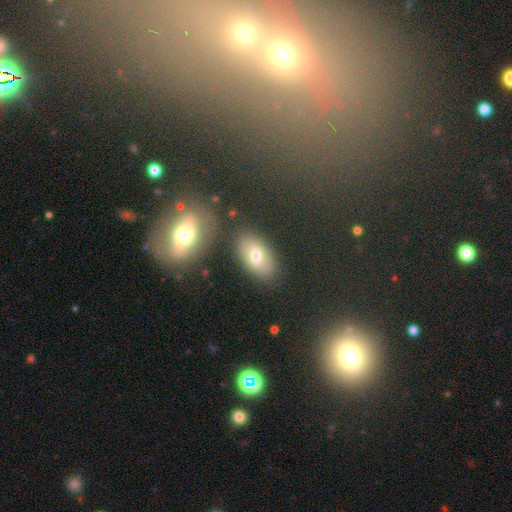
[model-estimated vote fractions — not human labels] Overall: smooth (67%). How rounded: in between (89%). Merging: none (82%).